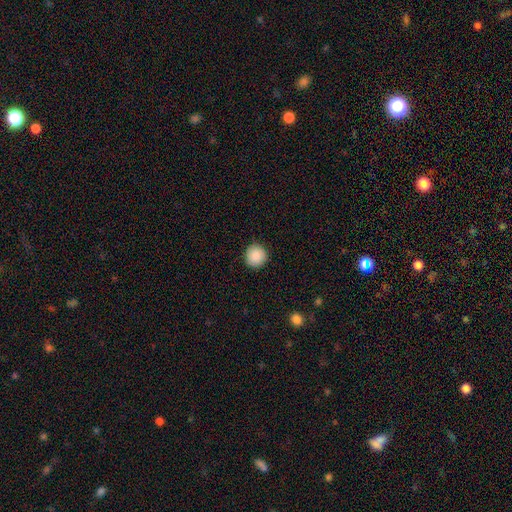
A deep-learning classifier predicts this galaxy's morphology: Q: Smooth or featured?
A: smooth (87%); runner-up: star or artifact (8%)
Q: How rounded?
A: round (94%); runner-up: in between (5%)
Q: Merging?
A: none (92%); runner-up: minor disturbance (6%)